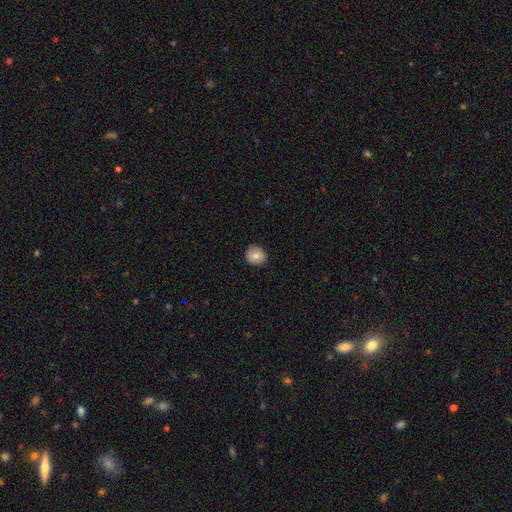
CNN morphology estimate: This is likely a smooth galaxy (79%). How rounded: clearly round (83%). Merging: clearly none (88%).